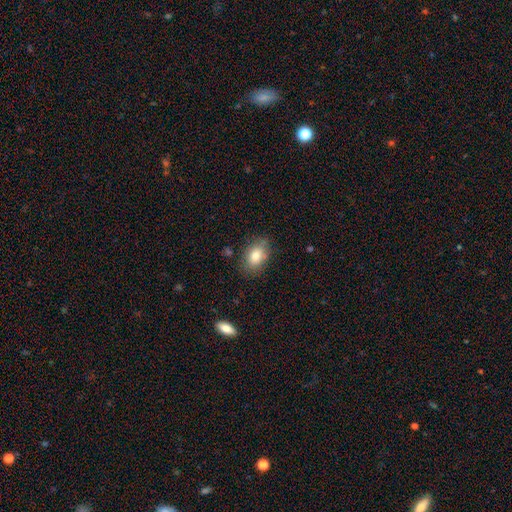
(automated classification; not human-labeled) smooth 82%, featured or disk 10%, star or artifact 8%. Down the decision tree: how rounded — in between (81%); merging — none (78%).